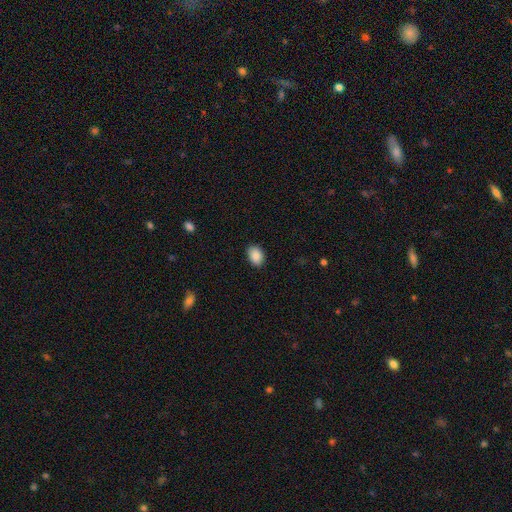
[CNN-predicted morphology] Smooth or featured?
  - smooth: 89% *
  - star or artifact: 7%
  - featured or disk: 3%
How rounded?
  - in between: 79% *
  - round: 20%
  - cigar-shaped: 1%
Merging?
  - none: 87% *
  - minor disturbance: 9%
  - major disturbance: 2%
  - merger: 1%